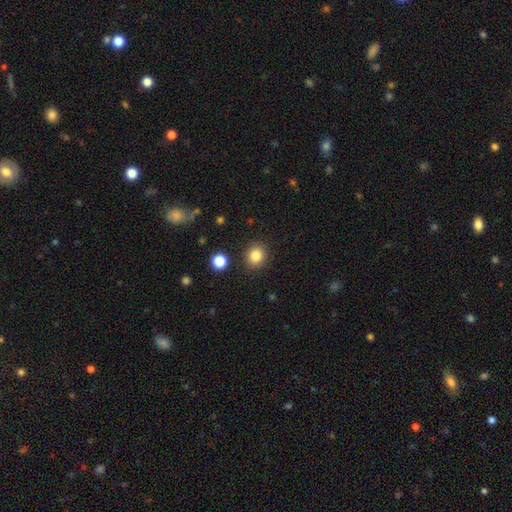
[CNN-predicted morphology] smooth-or-featured: smooth: 84% | star or artifact: 11% | featured or disk: 5%
  how-rounded: round: 79% | in between: 20% | cigar-shaped: 1%
  merging: none: 88% | minor disturbance: 7% | major disturbance: 2% | merger: 2%